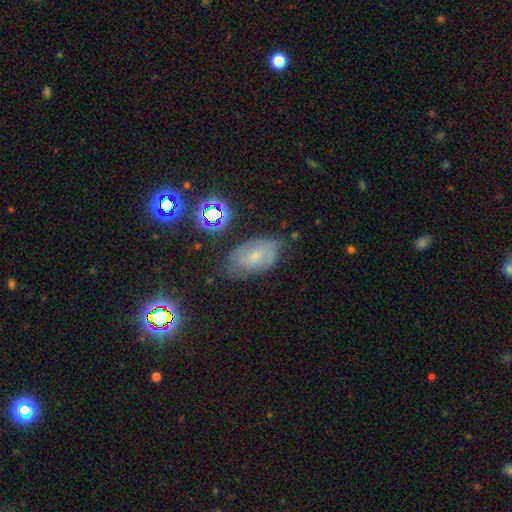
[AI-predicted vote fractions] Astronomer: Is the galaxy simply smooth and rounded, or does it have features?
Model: featured or disk — 42% (runner-up: smooth, 39%).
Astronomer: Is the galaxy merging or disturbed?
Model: none — 64%.